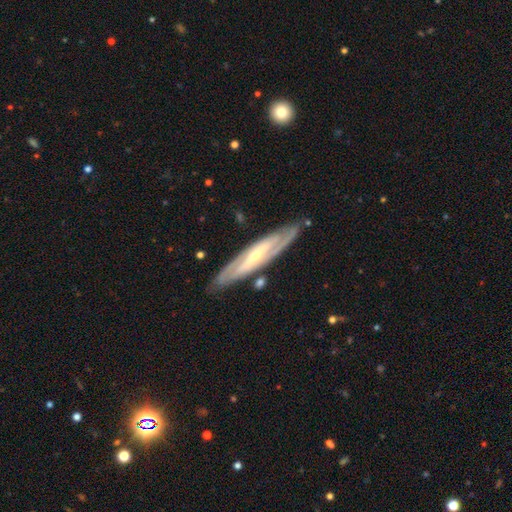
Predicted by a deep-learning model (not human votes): A featured or disk galaxy (84%) with a strong bar (48%), 2 (73%) tight (53%) spiral arms (91%) and a small central bulge (64%).

Vote fractions:
- Smooth or featured? featured or disk: 84% / smooth: 11% / star or artifact: 5%
- Edge-on disk? no: 71% / yes: 29%
- Bar? strong: 48% / weak: 28% / no: 24%
- Spiral arms? yes: 91% / no: 9%
- Spiral winding? tight: 53% / medium: 36% / loose: 10%
- Spiral arm count? 2: 73% / can't tell: 17% / 3: 5% / 1: 2% / 4: 2% / more than 4: 2%
- Bulge size? small: 64% / moderate: 33% / large: 2% / none: 1% / dominant: 1%
- Merging? none: 83% / minor disturbance: 12% / major disturbance: 3% / merger: 2%